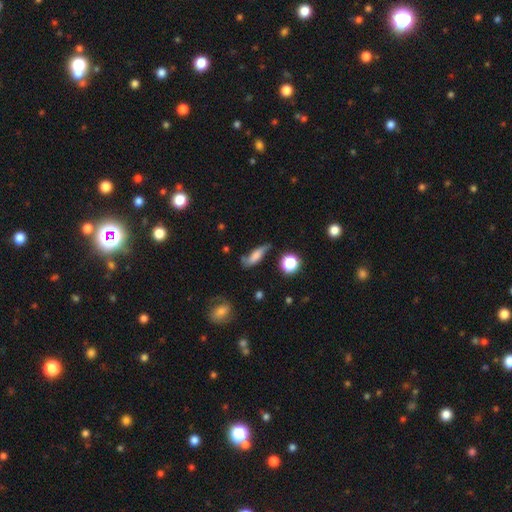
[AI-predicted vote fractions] This is possibly a smooth galaxy (58%). How rounded: possibly in between (50%). Merging: possibly none (50%).